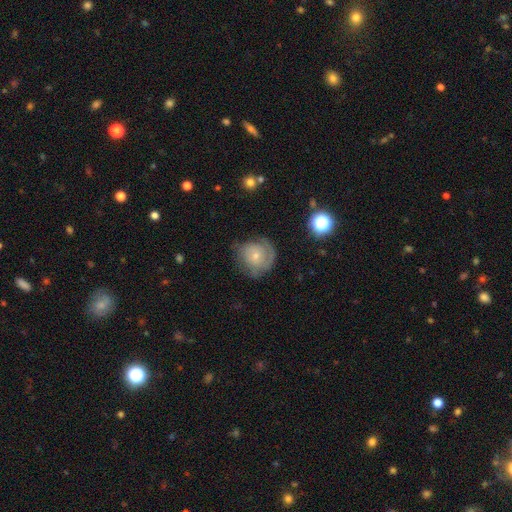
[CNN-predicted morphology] The model was most divided on "smooth or featured": featured or disk: 54%, smooth: 38%, star or artifact: 8%. More confident: edge-on disk — no (97%); bar — no (80%); spiral arms — yes (78%); bulge size — small (62%); merging — none (59%).